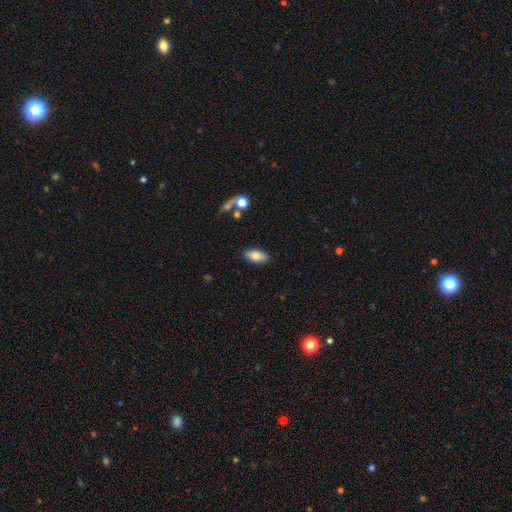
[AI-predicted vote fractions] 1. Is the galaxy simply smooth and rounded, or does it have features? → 80% smooth, 13% featured or disk, 7% star or artifact.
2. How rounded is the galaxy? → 92% in between, 6% cigar-shaped, 3% round.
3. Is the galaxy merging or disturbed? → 86% none, 9% minor disturbance, 2% merger, 2% major disturbance.